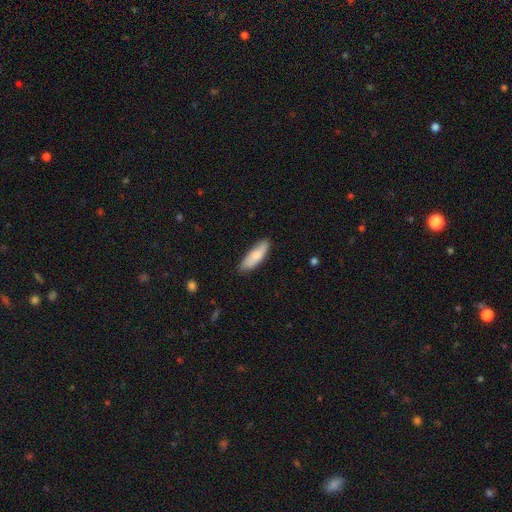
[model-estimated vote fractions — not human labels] Smooth or featured: smooth — 77% (featured or disk — 18%)
How rounded: in between — 53% (cigar-shaped — 45%)
Merging: none — 82% (minor disturbance — 15%)